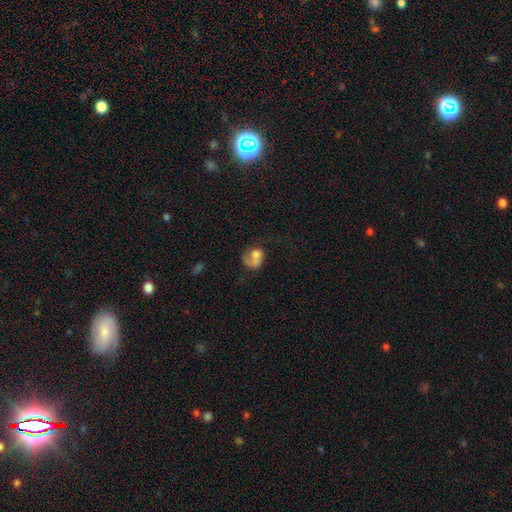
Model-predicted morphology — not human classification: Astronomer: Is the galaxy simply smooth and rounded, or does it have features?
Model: smooth — 50% (runner-up: featured or disk, 40%).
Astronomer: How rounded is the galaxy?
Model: round — 55% (runner-up: in between, 43%).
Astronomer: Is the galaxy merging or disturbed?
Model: major disturbance — 36% (runner-up: none, 30%).